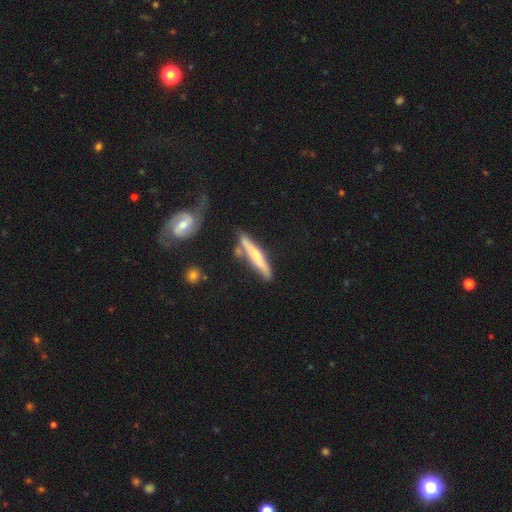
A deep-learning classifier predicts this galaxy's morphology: This appears to be a featured or disk galaxy (56%) viewed edge-on (92%) with a rounded central bulge (71%). Merging: none (69%).